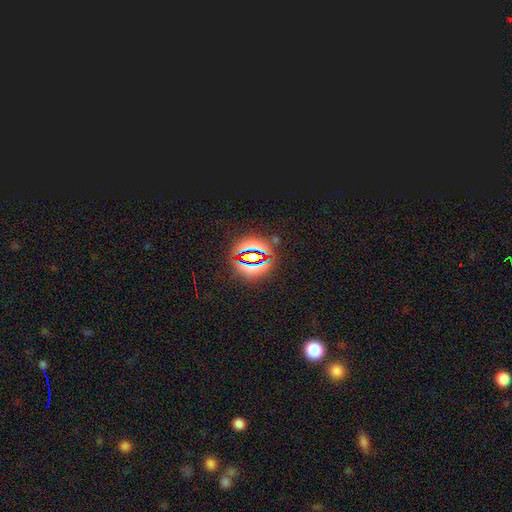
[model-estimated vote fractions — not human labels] Smooth or featured?
  - star or artifact: 77% *
  - smooth: 14%
  - featured or disk: 9%